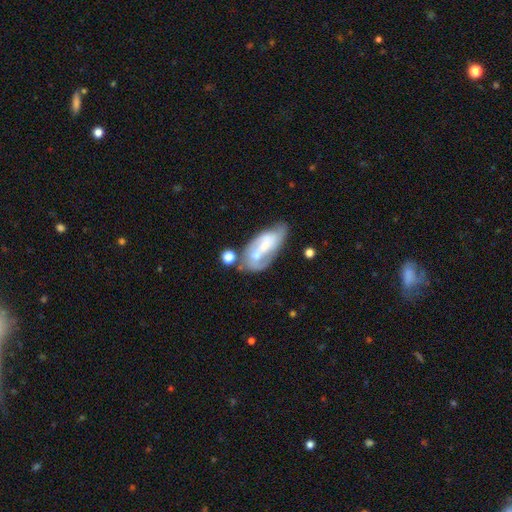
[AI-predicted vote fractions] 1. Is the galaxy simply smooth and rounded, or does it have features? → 59% featured or disk, 34% smooth, 7% star or artifact.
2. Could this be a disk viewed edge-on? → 93% no, 7% yes.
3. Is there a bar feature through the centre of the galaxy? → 50% no, 33% weak, 17% strong.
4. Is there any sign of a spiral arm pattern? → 68% yes, 32% no.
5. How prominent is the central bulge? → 40% small, 31% moderate, 19% none, 8% large, 2% dominant.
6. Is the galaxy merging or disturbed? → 36% none, 24% minor disturbance, 23% merger, 17% major disturbance.